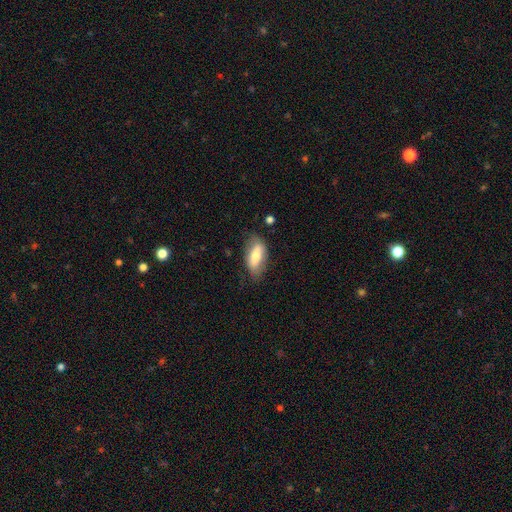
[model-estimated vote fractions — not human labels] Smooth or featured: smooth — 66% (featured or disk — 27%)
How rounded: in between — 86% (cigar-shaped — 11%)
Merging: none — 71% (minor disturbance — 22%)